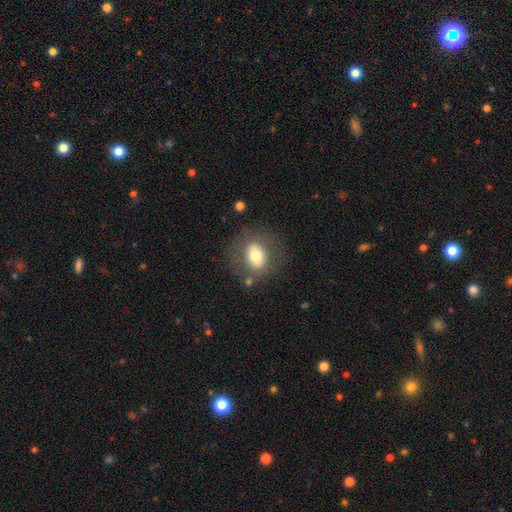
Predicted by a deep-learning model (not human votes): Overall: smooth (65%; featured or disk 27%). How rounded: in between (52%; round 46%). Merging: none (74%).